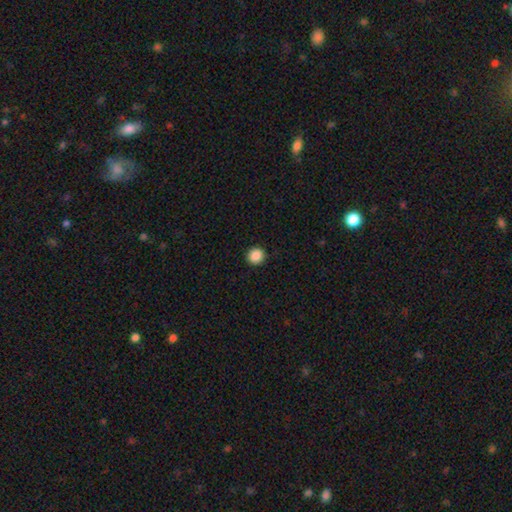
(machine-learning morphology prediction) Smooth or featured?
  - smooth: 87% *
  - star or artifact: 10%
  - featured or disk: 3%
How rounded?
  - round: 93% *
  - in between: 6%
  - cigar-shaped: 1%
Merging?
  - none: 93% *
  - minor disturbance: 5%
  - major disturbance: 2%
  - merger: 1%